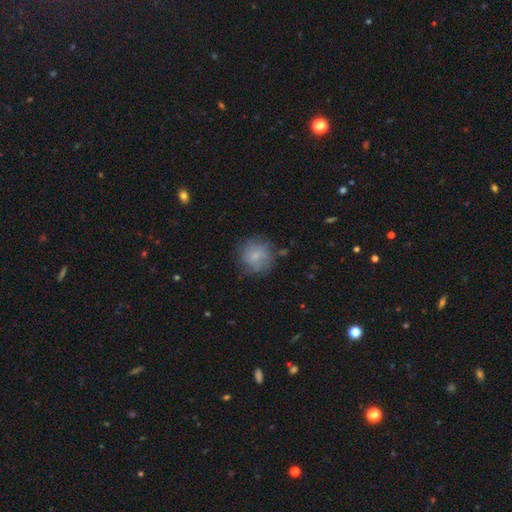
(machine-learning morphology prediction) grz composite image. It shows a smooth galaxy with no disk features (65%) that is round (89%). Merging: none (70%).